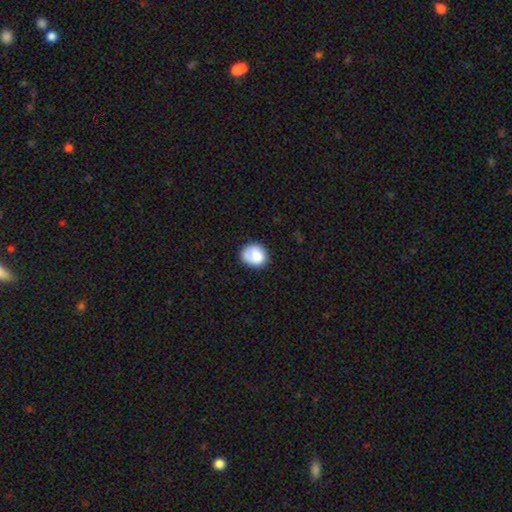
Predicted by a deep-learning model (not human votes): The model was most divided on "how rounded": round: 65%, in between: 34%, cigar-shaped: 1%. More confident: smooth or featured — smooth (75%); merging — none (68%).